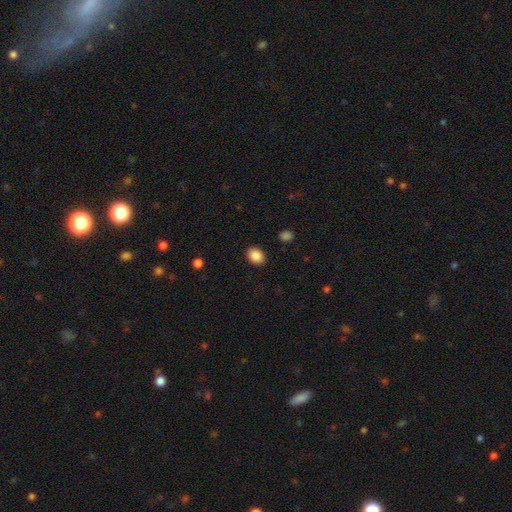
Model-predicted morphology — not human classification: The model was most divided on "how rounded": in between: 56%, round: 43%, cigar-shaped: 1%. More confident: merging — none (90%); smooth or featured — smooth (88%).